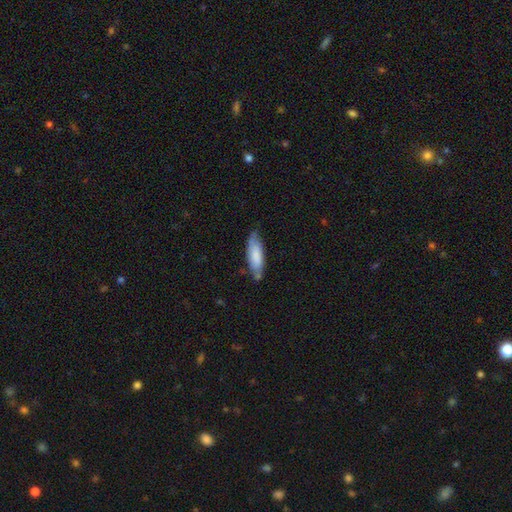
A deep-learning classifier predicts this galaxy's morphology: smooth 77%, featured or disk 18%, star or artifact 6%. Down the decision tree: how rounded — in between (54%); merging — none (63%).